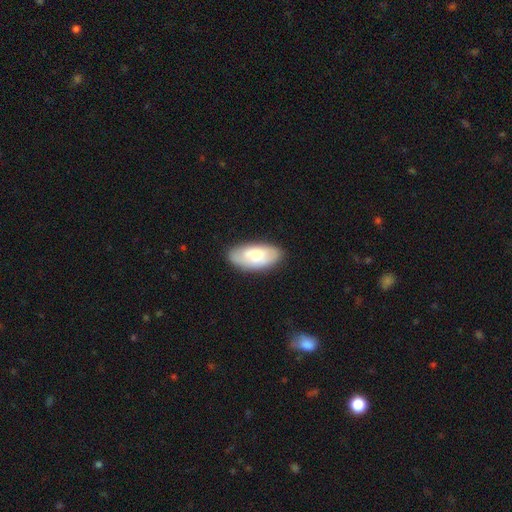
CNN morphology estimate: smooth_or_featured: smooth (p=0.72) [alt: featured or disk p=0.22]
how_rounded: in between (p=0.93) [alt: cigar-shaped p=0.05]
merging: none (p=0.78) [alt: minor disturbance p=0.16]